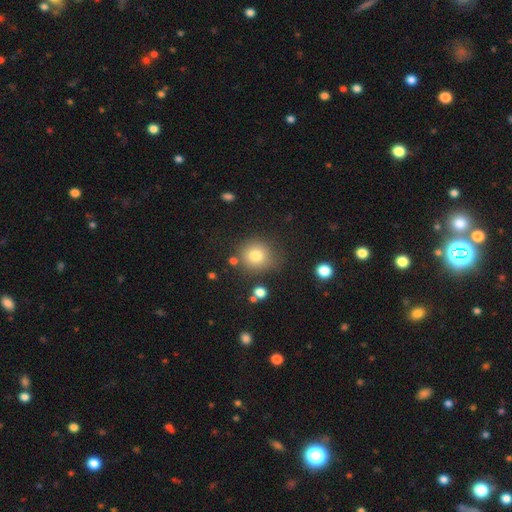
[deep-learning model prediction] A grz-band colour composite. It shows a smooth galaxy with no disk features (79%) that is round (88%). Merging: none (76%).